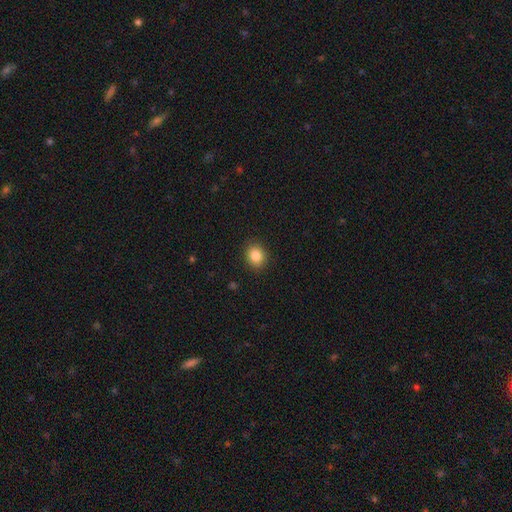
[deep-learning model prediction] Smooth or featured: smooth — 85% (star or artifact — 10%)
How rounded: round — 65% (in between — 34%)
Merging: none — 90% (minor disturbance — 7%)